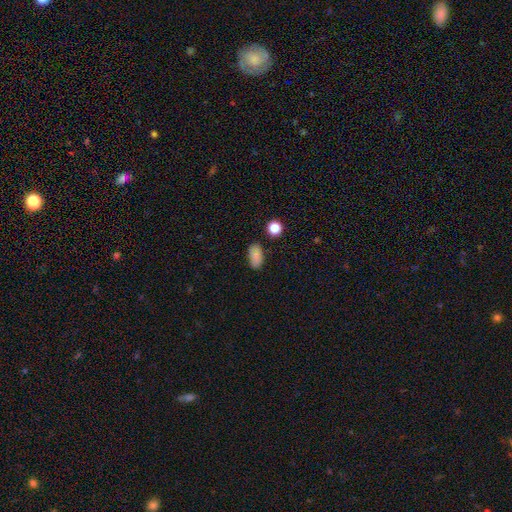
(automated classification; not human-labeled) A smooth galaxy with no disk features (85%) that is in between round and cigar-shaped (91%).

Vote fractions:
- Smooth or featured? smooth: 85% / star or artifact: 10% / featured or disk: 6%
- How rounded? in between: 91% / round: 6% / cigar-shaped: 3%
- Merging? none: 81% / minor disturbance: 13% / major disturbance: 3% / merger: 3%